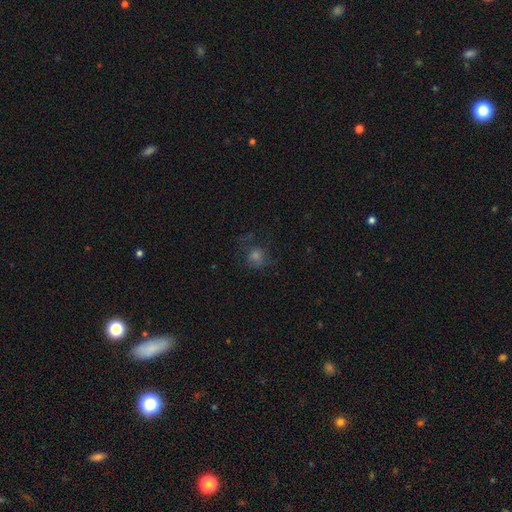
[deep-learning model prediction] Smooth or featured?
  - smooth: 52% *
  - star or artifact: 27%
  - featured or disk: 22%
How rounded?
  - round: 80% *
  - in between: 19%
  - cigar-shaped: 1%
Merging?
  - none: 62% *
  - major disturbance: 18%
  - minor disturbance: 18%
  - merger: 2%